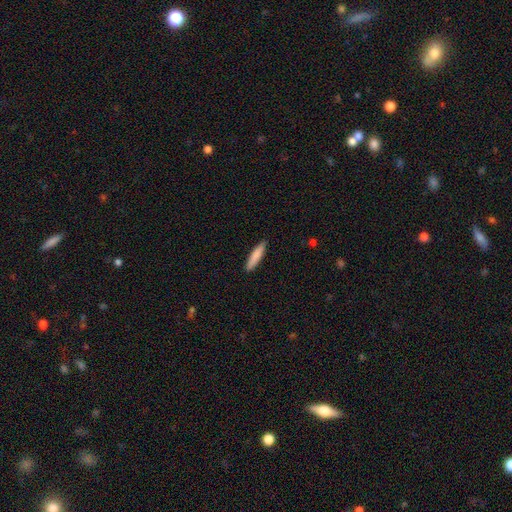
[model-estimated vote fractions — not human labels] Smooth or featured?
  - smooth: 83% *
  - featured or disk: 11%
  - star or artifact: 5%
How rounded?
  - cigar-shaped: 85% *
  - in between: 13%
  - round: 1%
Merging?
  - none: 90% *
  - minor disturbance: 8%
  - major disturbance: 2%
  - merger: 1%